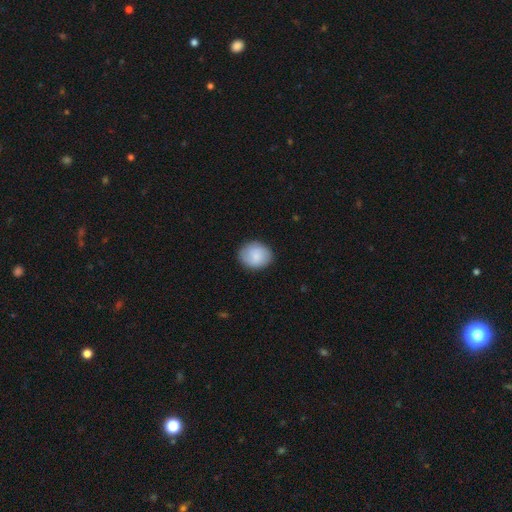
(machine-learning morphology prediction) Overall: smooth (80%). How rounded: round (61%; in between 38%). Merging: none (85%).